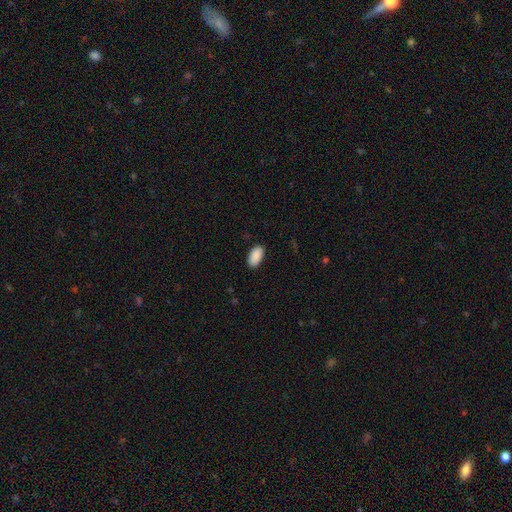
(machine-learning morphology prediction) type=smooth (91%); roundness=in between (95%); merging=none (88%).